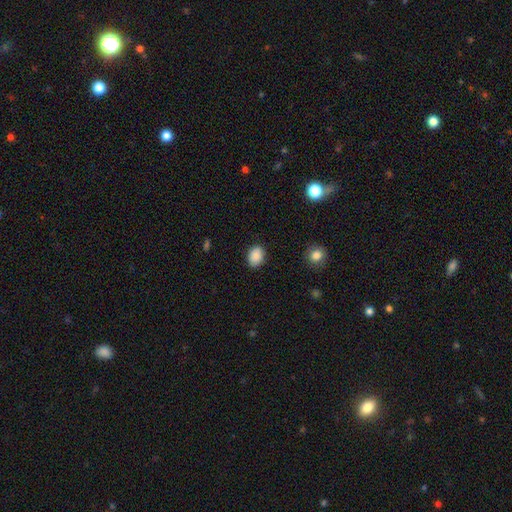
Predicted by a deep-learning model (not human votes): Morphology: type=smooth (89%); roundness=in between (70%); merging=none (85%).